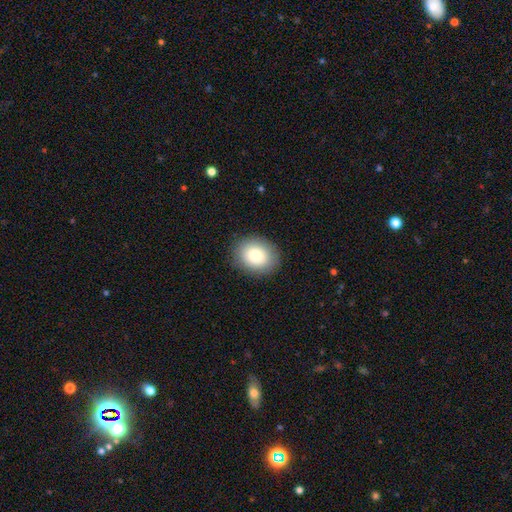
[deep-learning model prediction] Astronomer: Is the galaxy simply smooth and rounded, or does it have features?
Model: smooth — 84%.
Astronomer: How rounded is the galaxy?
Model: round — 52% (runner-up: in between, 47%).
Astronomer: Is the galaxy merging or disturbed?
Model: none — 89%.